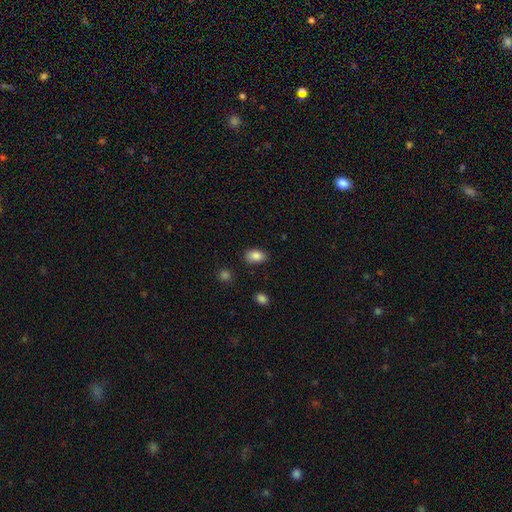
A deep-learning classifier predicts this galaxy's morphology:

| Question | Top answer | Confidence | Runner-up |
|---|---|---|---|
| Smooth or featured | smooth | 87% | star or artifact (8%) |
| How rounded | in between | 88% | round (11%) |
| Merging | none | 83% | minor disturbance (13%) |